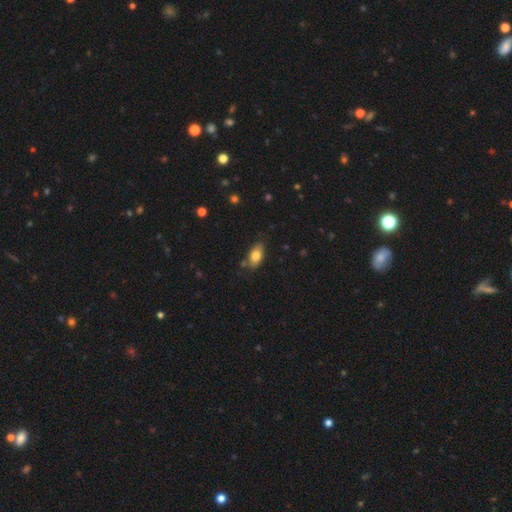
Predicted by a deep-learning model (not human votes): smooth 78%, featured or disk 14%, star or artifact 8%. Down the decision tree: how rounded — in between (90%); merging — none (74%).